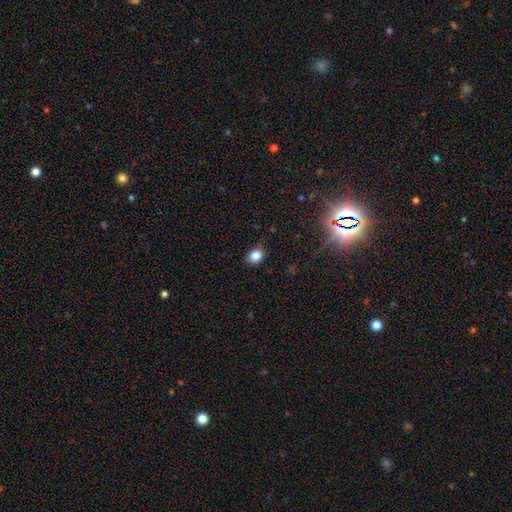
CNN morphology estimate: A smooth galaxy with no disk features (83%) that is round (51%).

Vote fractions:
- Smooth or featured? smooth: 83% / star or artifact: 11% / featured or disk: 6%
- How rounded? round: 51% / in between: 48% / cigar-shaped: 1%
- Merging? none: 80% / minor disturbance: 16% / major disturbance: 3% / merger: 1%